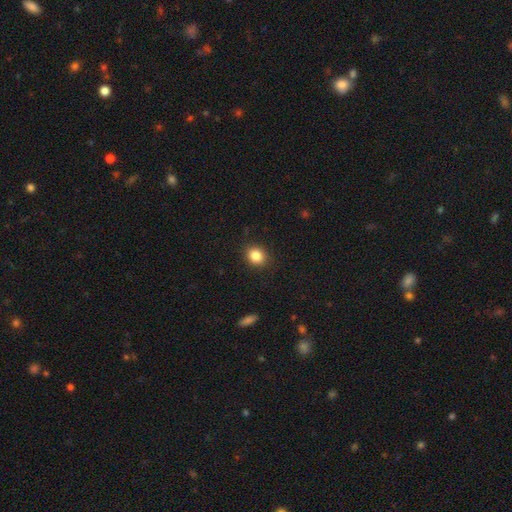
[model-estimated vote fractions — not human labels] smooth 85%, star or artifact 10%, featured or disk 5%. Down the decision tree: how rounded — round (63%); merging — none (88%).